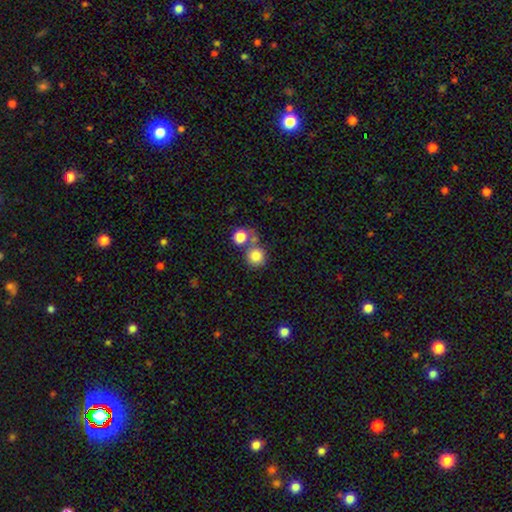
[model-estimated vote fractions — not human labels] Smooth or featured? smooth (82%)
How rounded? round (90%)
Merging? none (59%)